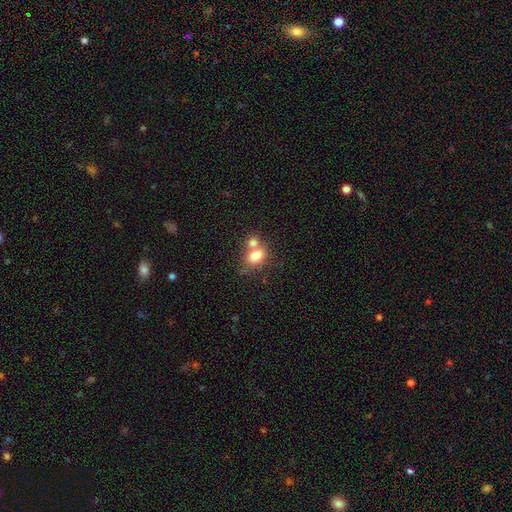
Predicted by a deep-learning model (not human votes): Smooth or featured?
  - smooth: 77% *
  - featured or disk: 13%
  - star or artifact: 10%
How rounded?
  - in between: 54% *
  - round: 45%
  - cigar-shaped: 1%
Merging?
  - merger: 51% *
  - none: 36%
  - minor disturbance: 10%
  - major disturbance: 4%